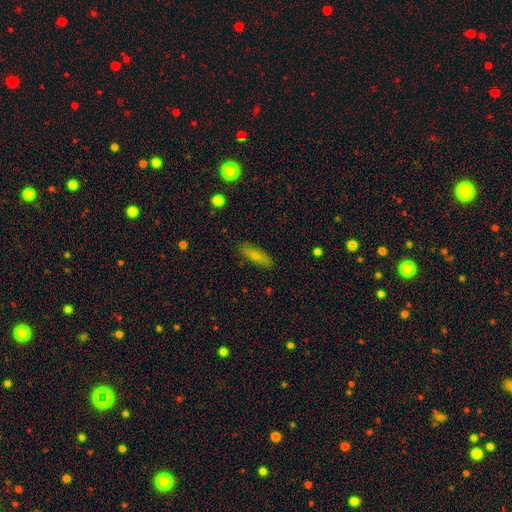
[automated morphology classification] This appears to be a smooth galaxy with no disk features (77%) that is cigar-shaped (50%). Merging: none (86%).